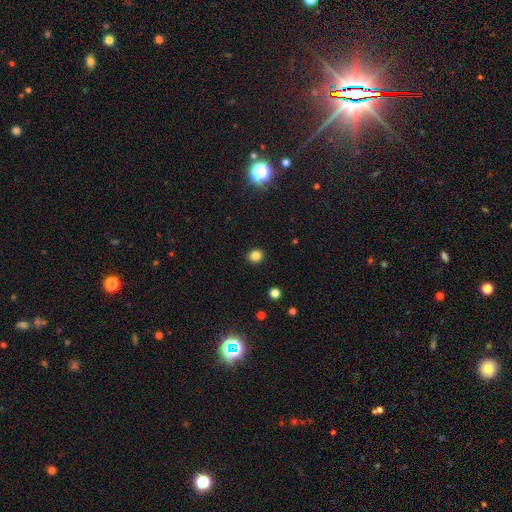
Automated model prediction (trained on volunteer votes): A smooth galaxy with no disk features (83%) that is round (78%). Merging: none (92%).